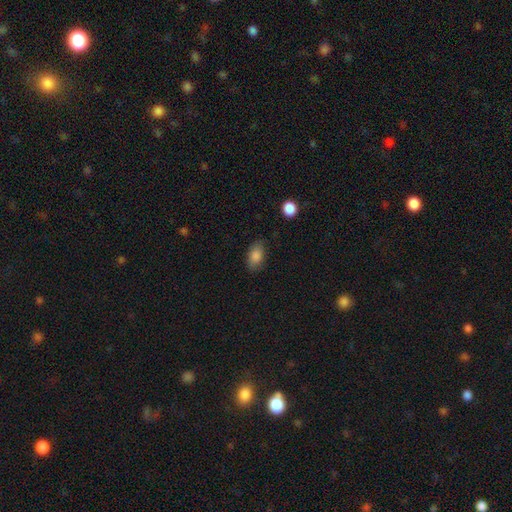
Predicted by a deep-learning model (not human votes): Smooth or featured?
  - smooth: 86% *
  - star or artifact: 8%
  - featured or disk: 6%
How rounded?
  - in between: 90% *
  - round: 7%
  - cigar-shaped: 3%
Merging?
  - none: 82% *
  - minor disturbance: 14%
  - major disturbance: 3%
  - merger: 1%